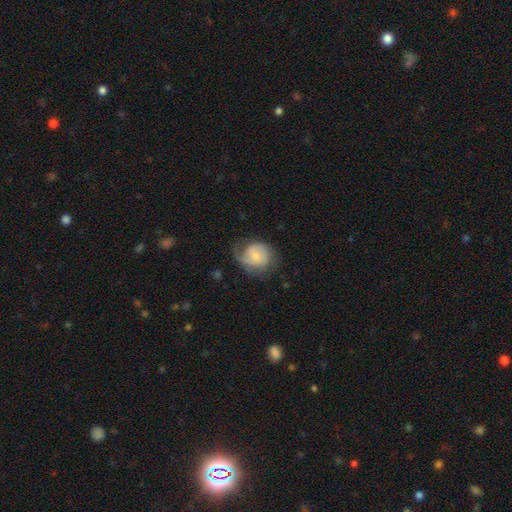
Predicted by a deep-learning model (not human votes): Smooth or featured? Predicted: featured or disk (p=0.53). Edge-on disk? Predicted: no (p=0.97). Bar? Predicted: no (p=0.70). Spiral arms? Predicted: yes (p=0.85). Bulge size? Predicted: small (p=0.62). Merging? Predicted: none (p=0.51).